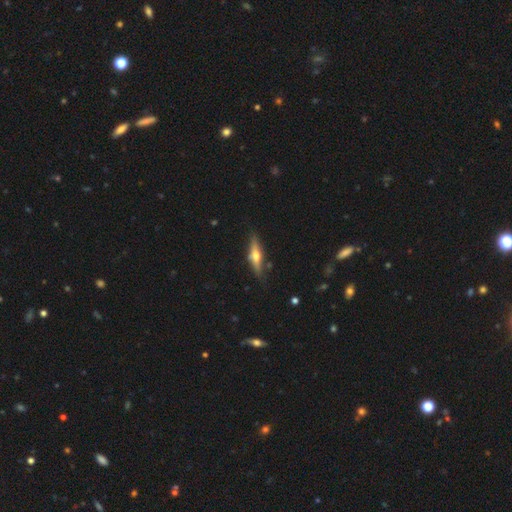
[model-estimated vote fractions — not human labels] Q: Smooth or featured?
A: featured or disk (61%); runner-up: smooth (33%)
Q: Edge-on disk?
A: yes (94%); runner-up: no (6%)
Q: Edge-on bulge?
A: rounded (92%); runner-up: boxy (4%)
Q: Merging?
A: none (84%); runner-up: minor disturbance (12%)